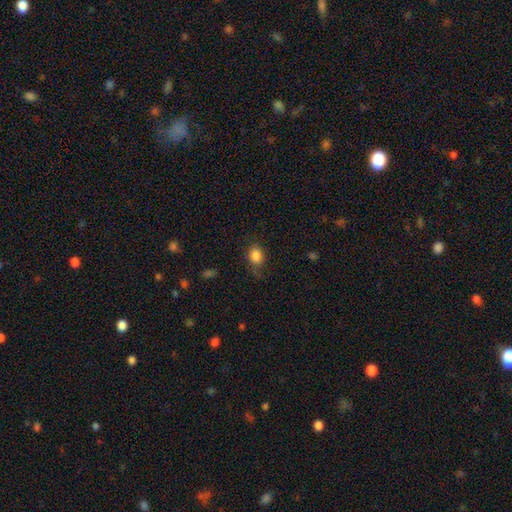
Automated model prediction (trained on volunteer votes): smooth 84%, star or artifact 9%, featured or disk 7%. Down the decision tree: how rounded — in between (59%); merging — none (66%).